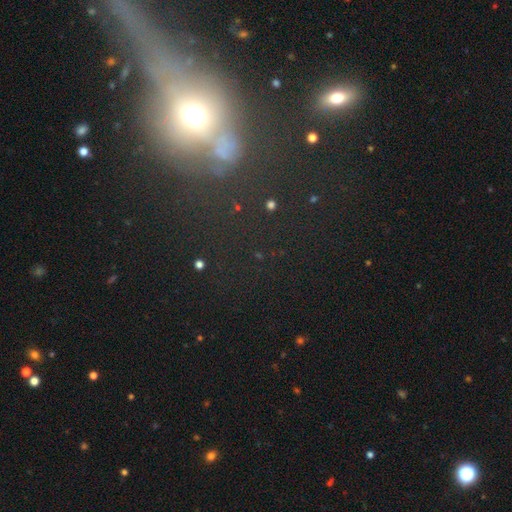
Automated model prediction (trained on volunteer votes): A star or artifact, not a galaxy (45%).